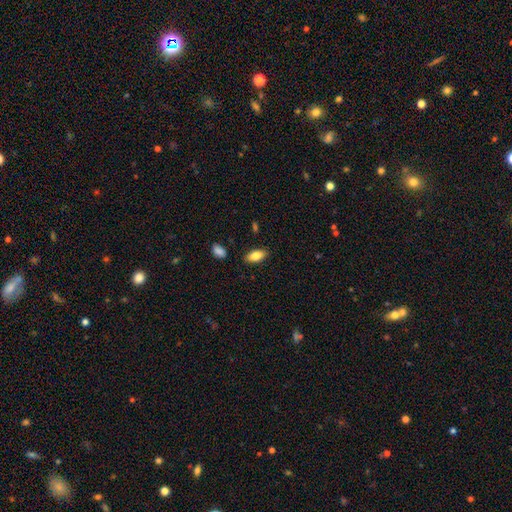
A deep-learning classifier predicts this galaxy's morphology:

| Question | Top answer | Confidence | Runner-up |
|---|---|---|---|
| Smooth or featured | smooth | 83% | featured or disk (10%) |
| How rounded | in between | 89% | cigar-shaped (8%) |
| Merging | none | 87% | minor disturbance (10%) |